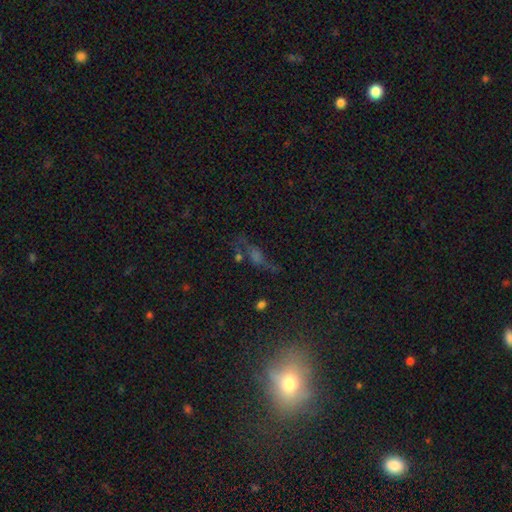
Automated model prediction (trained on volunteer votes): This appears to be a star or artifact, not a galaxy (40%).